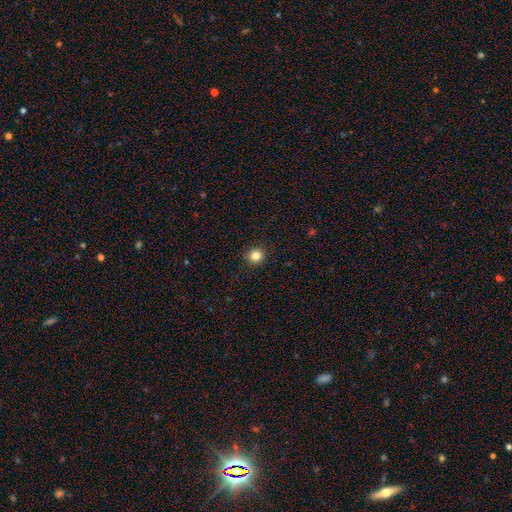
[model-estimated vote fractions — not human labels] Smooth or featured: smooth — 84% (star or artifact — 12%)
How rounded: round — 94% (in between — 5%)
Merging: none — 92% (minor disturbance — 5%)